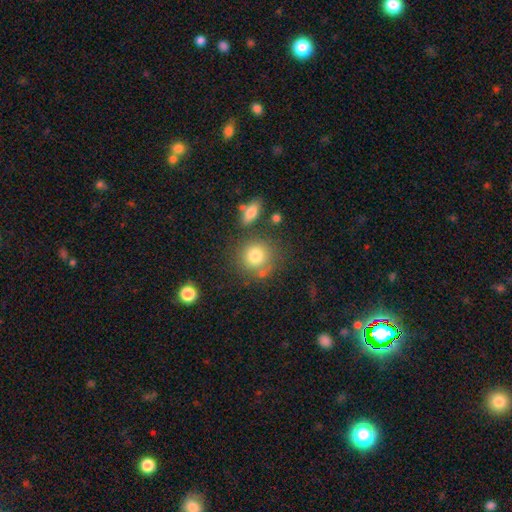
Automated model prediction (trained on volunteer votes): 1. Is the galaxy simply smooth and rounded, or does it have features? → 80% smooth, 11% star or artifact, 10% featured or disk.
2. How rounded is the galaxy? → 89% round, 10% in between, 1% cigar-shaped.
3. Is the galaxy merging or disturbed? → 71% none, 13% minor disturbance, 11% merger, 5% major disturbance.